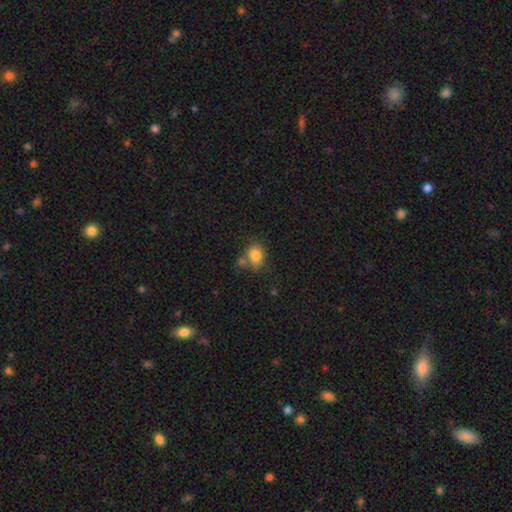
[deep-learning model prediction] This is clearly a smooth galaxy (81%). How rounded: possibly round (52%). Merging: possibly none (55%).